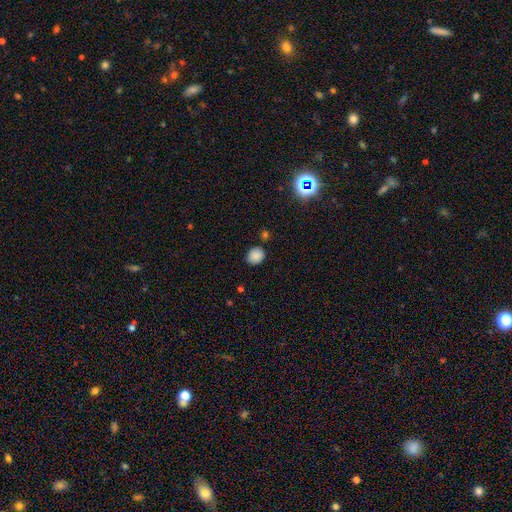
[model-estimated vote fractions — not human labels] This appears to be a smooth galaxy with no disk features (86%) that is round (65%). Merging: none (83%).